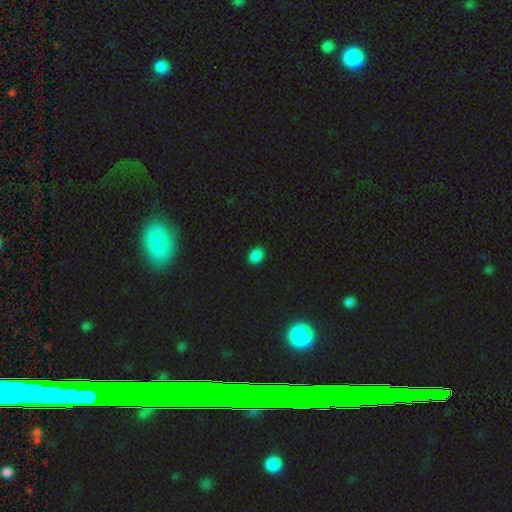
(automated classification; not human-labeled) This is clearly a smooth galaxy (84%). How rounded: likely in between (63%). Merging: clearly none (89%).